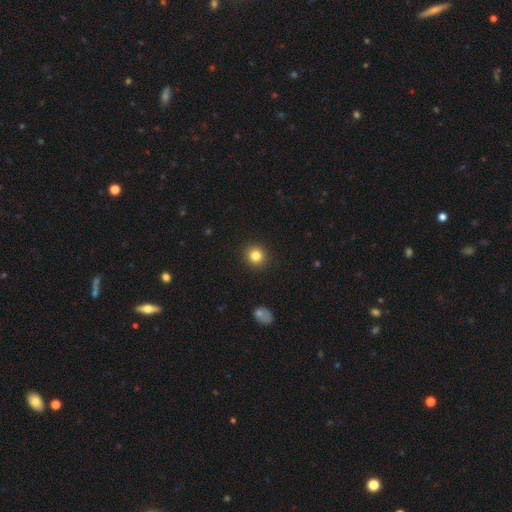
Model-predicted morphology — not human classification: Smooth or featured?
  - smooth: 84% *
  - star or artifact: 11%
  - featured or disk: 6%
How rounded?
  - round: 89% *
  - in between: 10%
  - cigar-shaped: 1%
Merging?
  - none: 92% *
  - minor disturbance: 5%
  - major disturbance: 2%
  - merger: 1%